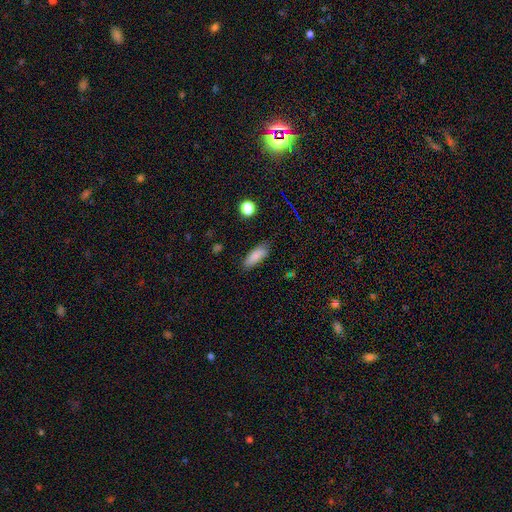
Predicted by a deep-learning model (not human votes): Smooth or featured: smooth — 83% (featured or disk — 9%)
How rounded: in between — 67% (cigar-shaped — 31%)
Merging: none — 78% (minor disturbance — 17%)